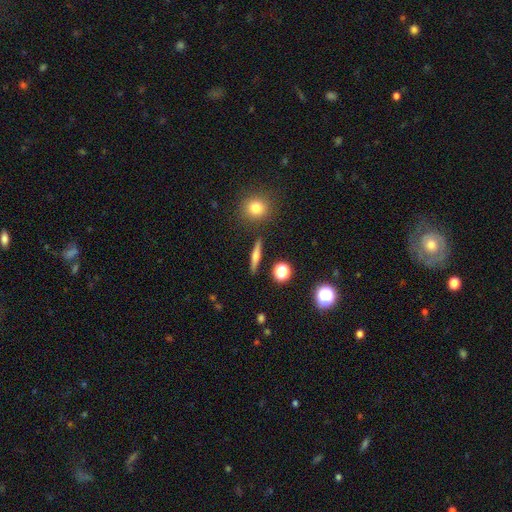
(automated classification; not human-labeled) Smooth or featured: featured or disk — 48% (smooth — 42%)
Merging: none — 89% (minor disturbance — 7%)